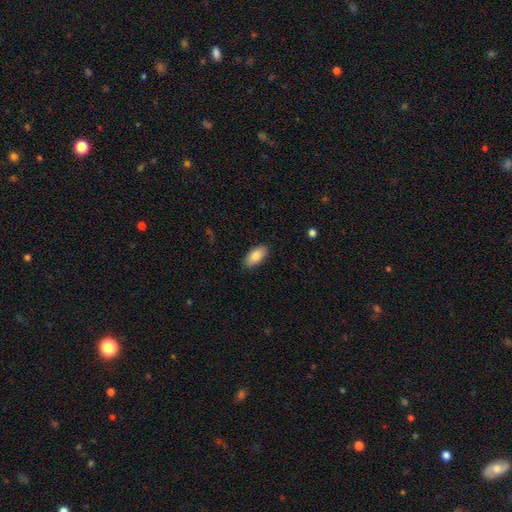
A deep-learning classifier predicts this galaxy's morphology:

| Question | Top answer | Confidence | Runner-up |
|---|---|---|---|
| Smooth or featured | smooth | 85% | featured or disk (9%) |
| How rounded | in between | 93% | cigar-shaped (4%) |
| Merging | none | 87% | minor disturbance (10%) |